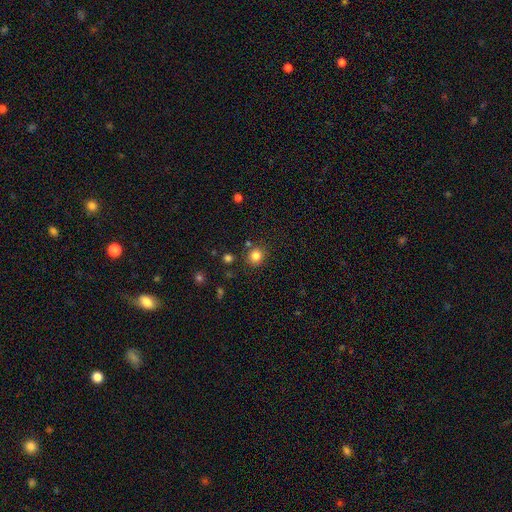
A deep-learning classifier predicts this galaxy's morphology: Smooth or featured? smooth (83%)
How rounded? round (85%)
Merging? none (82%)